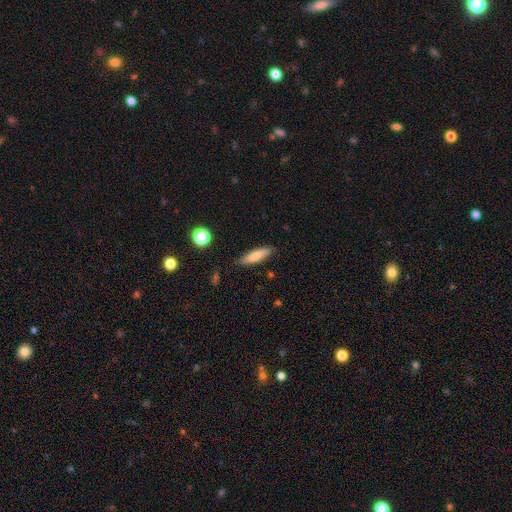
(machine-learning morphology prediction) smooth-or-featured: smooth: 75% | featured or disk: 18% | star or artifact: 7%
  how-rounded: cigar-shaped: 70% | in between: 28% | round: 2%
  merging: none: 84% | minor disturbance: 12% | major disturbance: 2% | merger: 2%